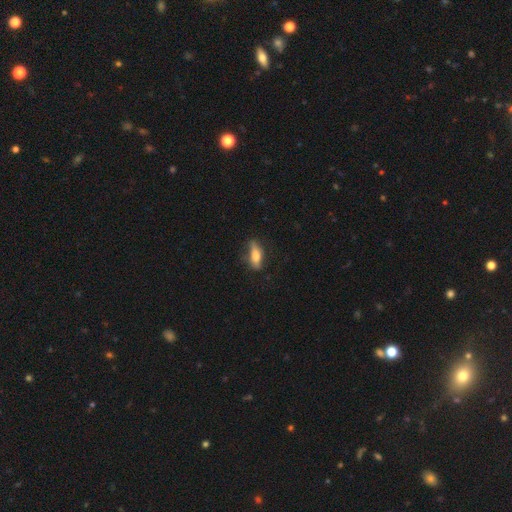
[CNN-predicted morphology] smooth 67%, featured or disk 26%, star or artifact 7%. Down the decision tree: how rounded — in between (59%); merging — none (68%).